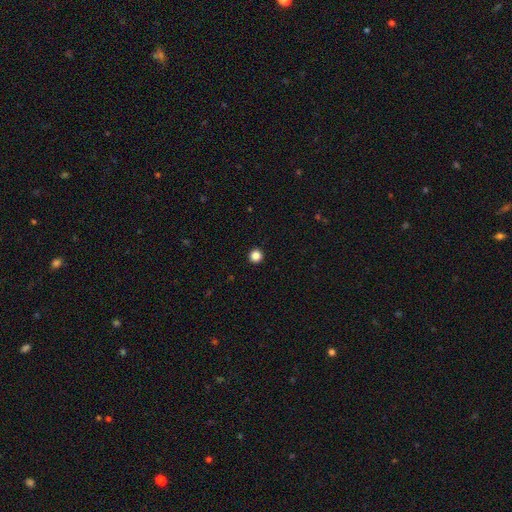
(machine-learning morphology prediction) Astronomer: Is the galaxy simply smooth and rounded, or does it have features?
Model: smooth — 86%.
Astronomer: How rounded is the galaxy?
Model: round — 96%.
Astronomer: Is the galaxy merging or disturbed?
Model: none — 94%.